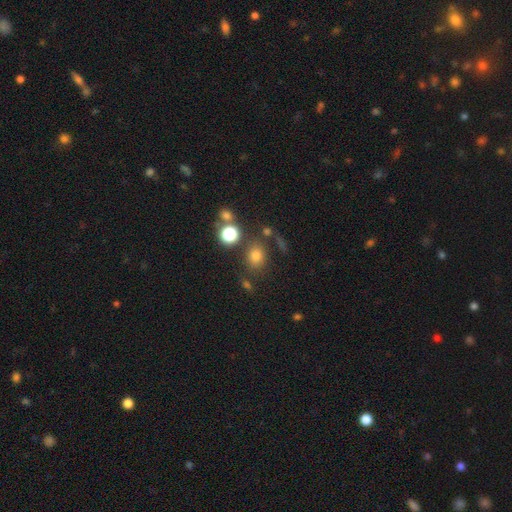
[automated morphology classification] Smooth or featured?
  - smooth: 73% *
  - star or artifact: 18%
  - featured or disk: 9%
How rounded?
  - round: 58% *
  - in between: 41%
  - cigar-shaped: 1%
Merging?
  - none: 74% *
  - minor disturbance: 12%
  - merger: 9%
  - major disturbance: 5%